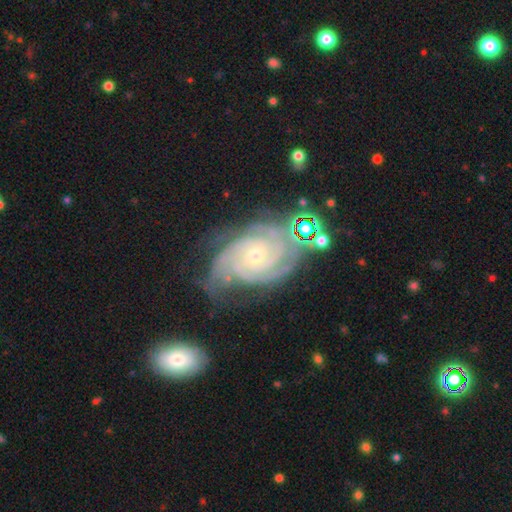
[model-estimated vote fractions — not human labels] This is clearly a featured or disk galaxy (90%). It is clearly not viewed edge-on (97%). Bar: likely no (70%). Spiral arm pattern: clearly yes (98%). Spiral arm count: marginally 4 (29%). Spiral winding: likely tight (79%). Central bulge: likely small (70%). Merging: possibly none (59%).